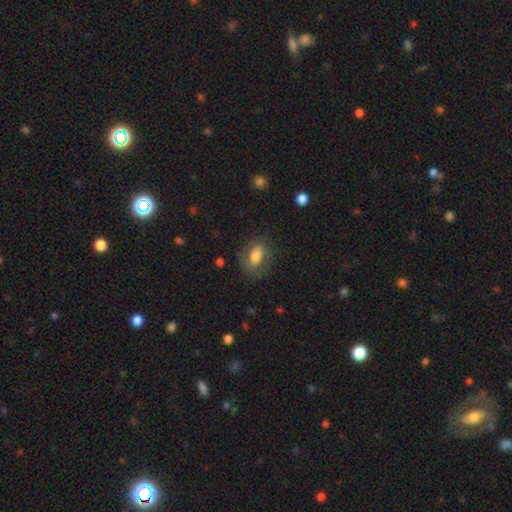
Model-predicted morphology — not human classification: Smooth or featured? smooth (70%)
How rounded? in between (84%)
Merging? none (73%)